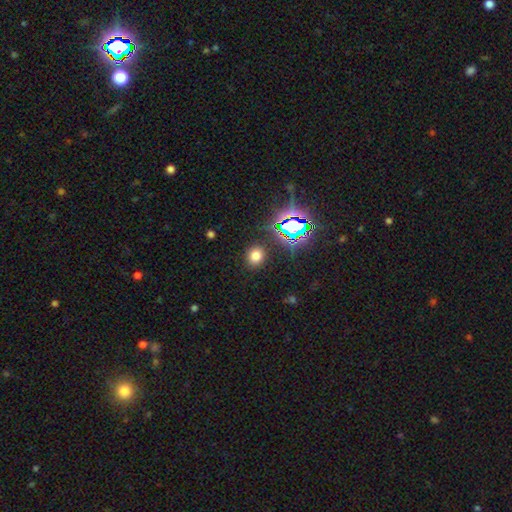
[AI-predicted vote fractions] A smooth galaxy with no disk features (70%) that is round (73%).

Vote fractions:
- Smooth or featured? smooth: 70% / star or artifact: 23% / featured or disk: 7%
- How rounded? round: 73% / in between: 26% / cigar-shaped: 1%
- Merging? none: 87% / minor disturbance: 7% / major disturbance: 3% / merger: 2%